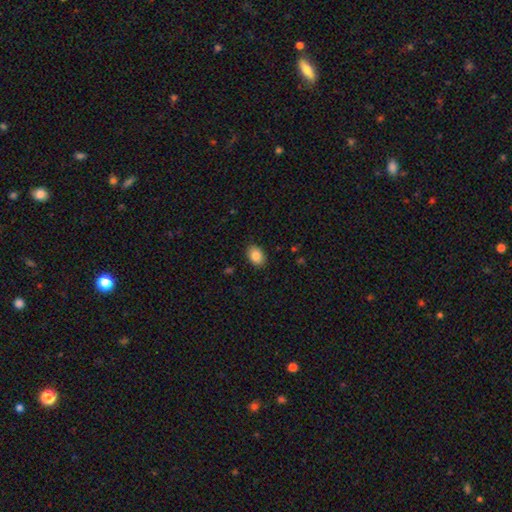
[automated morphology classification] Q: Smooth or featured?
A: smooth (87%); runner-up: star or artifact (8%)
Q: How rounded?
A: in between (80%); runner-up: round (19%)
Q: Merging?
A: none (89%); runner-up: minor disturbance (8%)